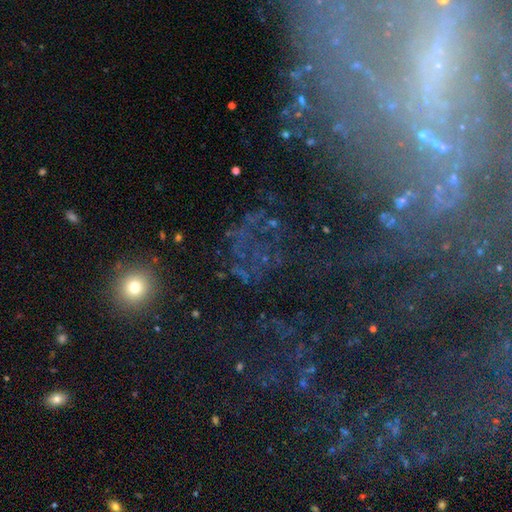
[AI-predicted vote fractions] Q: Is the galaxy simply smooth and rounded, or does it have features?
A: star or artifact — 46%.